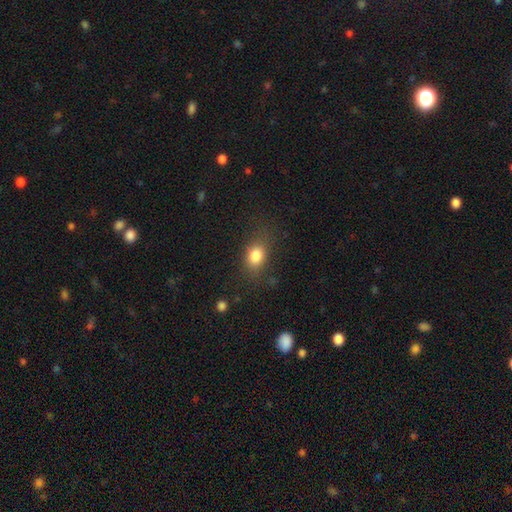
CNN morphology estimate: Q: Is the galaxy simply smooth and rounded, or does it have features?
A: smooth — 82%.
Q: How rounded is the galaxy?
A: in between — 69%.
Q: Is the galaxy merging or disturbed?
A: none — 71%.